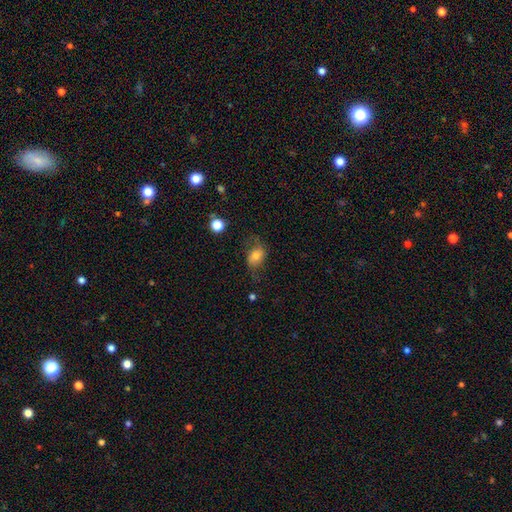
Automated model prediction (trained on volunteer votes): smooth_or_featured: smooth (p=0.62) [alt: featured or disk p=0.28]
how_rounded: in between (p=0.67) [alt: round p=0.32]
merging: none (p=0.55) [alt: minor disturbance p=0.26]